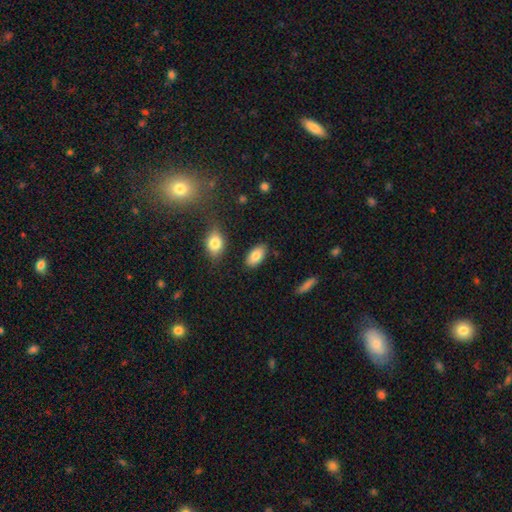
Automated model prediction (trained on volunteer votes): Morphology: type=smooth (84%); roundness=in between (93%); merging=none (85%).